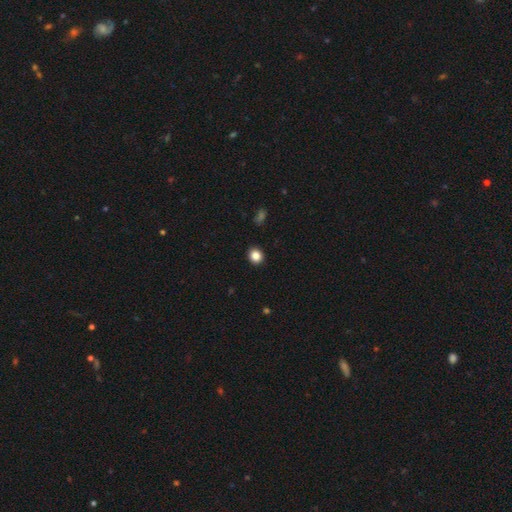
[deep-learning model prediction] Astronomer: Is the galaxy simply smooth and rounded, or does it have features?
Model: smooth — 85%.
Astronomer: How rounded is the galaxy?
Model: round — 81%.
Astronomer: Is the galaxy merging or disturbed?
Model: none — 92%.